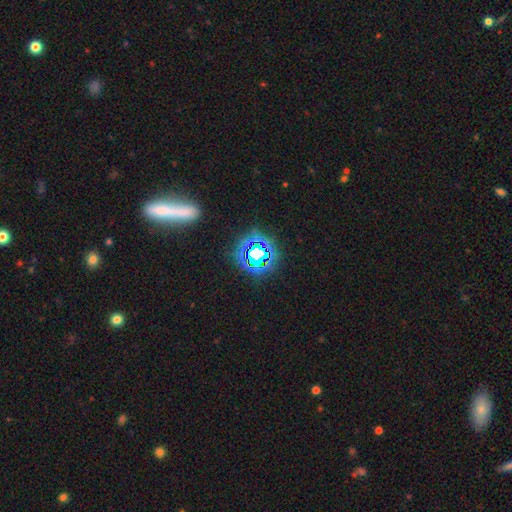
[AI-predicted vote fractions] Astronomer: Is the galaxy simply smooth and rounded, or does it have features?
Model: star or artifact — 53% (runner-up: smooth, 33%).